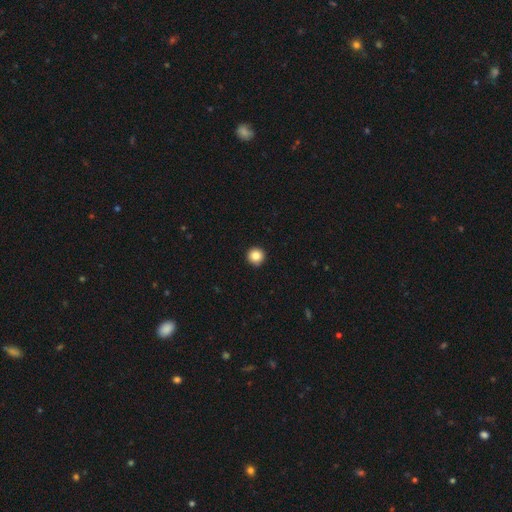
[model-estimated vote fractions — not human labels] This appears to be a smooth galaxy with no disk features (85%) that is round (96%). Merging: none (93%).